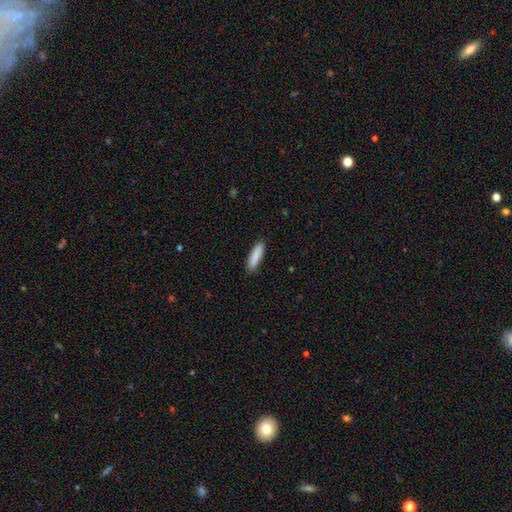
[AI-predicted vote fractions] Morphology: type=smooth (88%); roundness=cigar-shaped (66%); merging=none (87%).